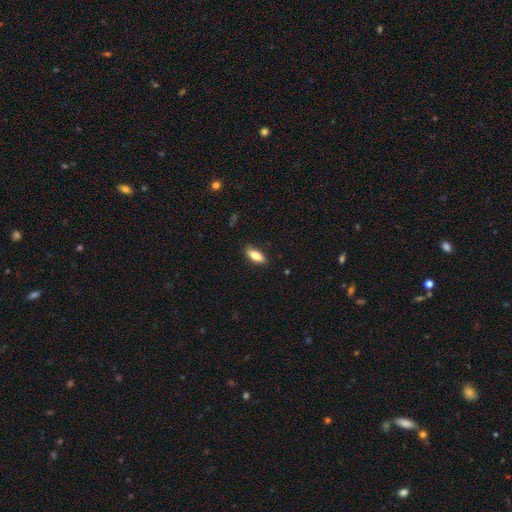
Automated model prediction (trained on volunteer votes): smooth 77%, featured or disk 17%, star or artifact 7%. Down the decision tree: how rounded — in between (75%); merging — none (85%).